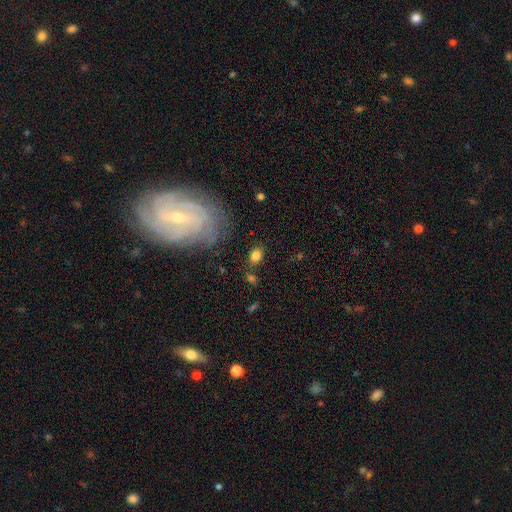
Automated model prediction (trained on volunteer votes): A smooth galaxy with no disk features (80%) that is in between round and cigar-shaped (70%). Merging: none (79%).